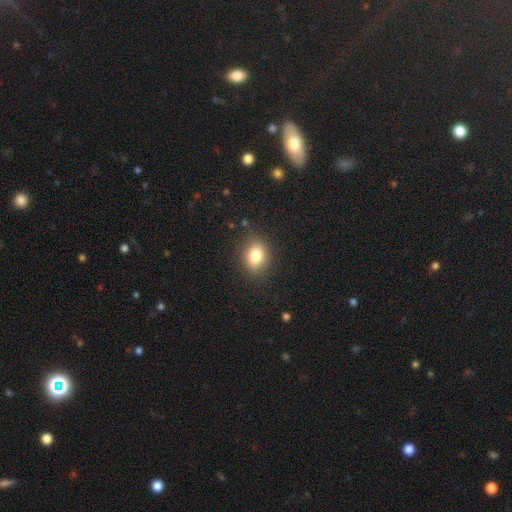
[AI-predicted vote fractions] smooth-or-featured: smooth: 81% | star or artifact: 10% | featured or disk: 9%
  how-rounded: in between: 61% | round: 38% | cigar-shaped: 1%
  merging: none: 85% | minor disturbance: 10% | major disturbance: 3% | merger: 1%